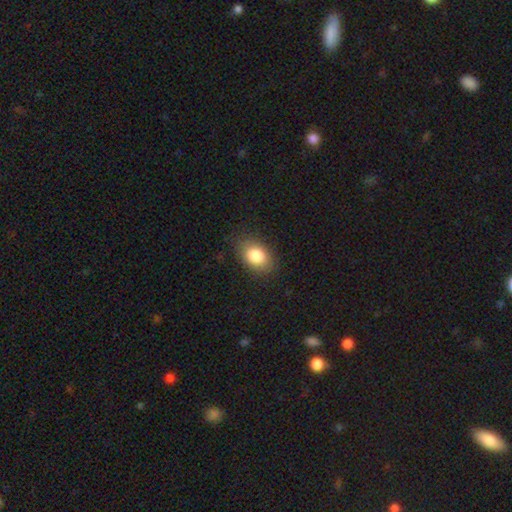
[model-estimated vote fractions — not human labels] A smooth galaxy with no disk features (84%) that is in between round and cigar-shaped (80%). Merging: none (82%).